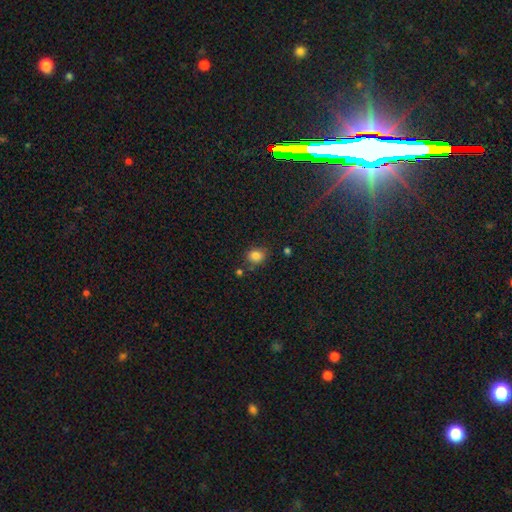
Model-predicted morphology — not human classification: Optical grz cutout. It shows a smooth galaxy with no disk features (83%) that is round (66%). Merging: none (75%).